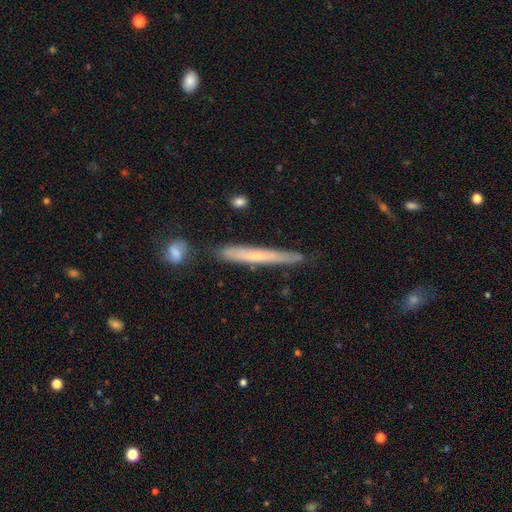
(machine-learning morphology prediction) The model was most divided on "smooth or featured": smooth: 48%, featured or disk: 46%, star or artifact: 6%. More confident: merging — none (77%).